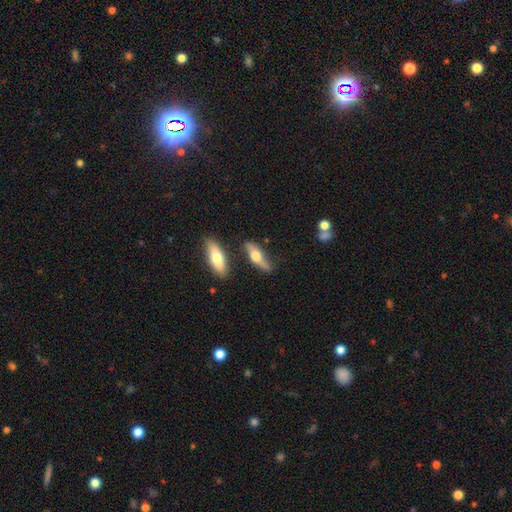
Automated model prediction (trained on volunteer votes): This appears to be a featured or disk galaxy (49%). Merging: none (69%).